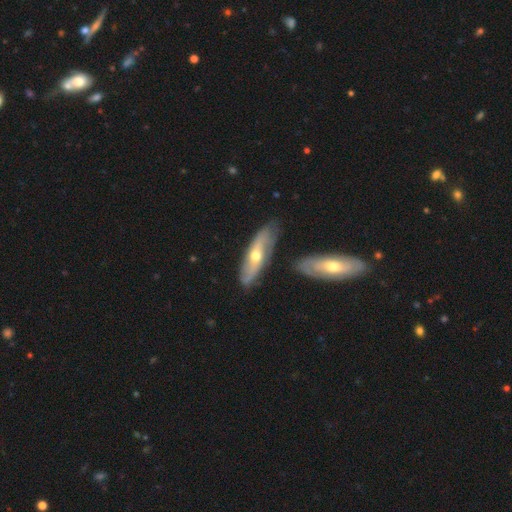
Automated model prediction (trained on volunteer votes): This appears to be a featured or disk galaxy (62%). Merging: none (73%).